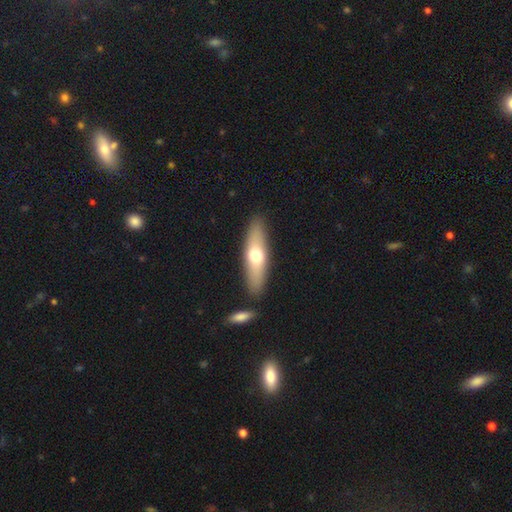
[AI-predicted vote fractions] A smooth galaxy with no disk features (58%) that is cigar-shaped (58%). Merging: none (85%).